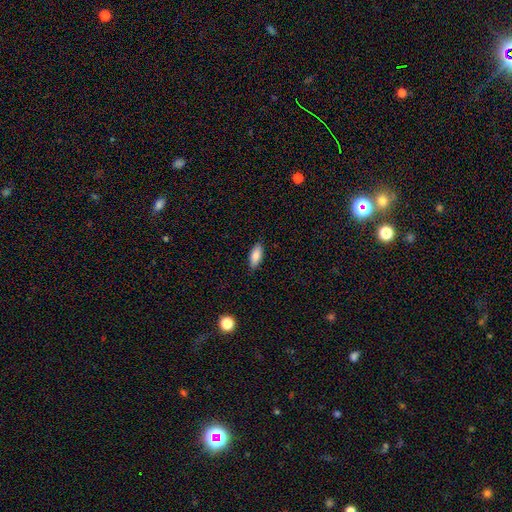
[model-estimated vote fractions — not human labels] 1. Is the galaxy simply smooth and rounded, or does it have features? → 83% smooth, 10% featured or disk, 7% star or artifact.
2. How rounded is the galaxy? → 82% in between, 16% cigar-shaped, 2% round.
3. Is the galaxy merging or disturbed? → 85% none, 12% minor disturbance, 2% major disturbance, 1% merger.